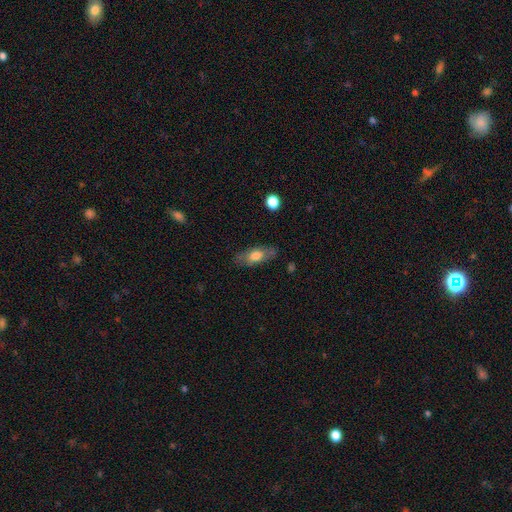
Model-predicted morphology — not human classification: smooth-or-featured: smooth: 63% | featured or disk: 30% | star or artifact: 7%
  how-rounded: in between: 80% | cigar-shaped: 16% | round: 4%
  merging: none: 77% | minor disturbance: 17% | major disturbance: 5% | merger: 2%